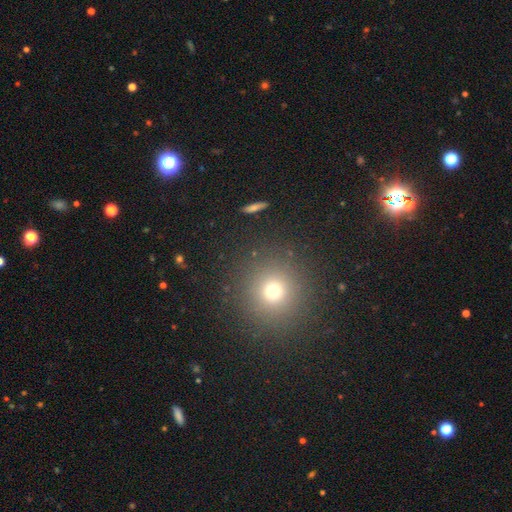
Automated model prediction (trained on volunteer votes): This appears to be a smooth galaxy with no disk features (61%) that is round (95%). Merging: none (91%).